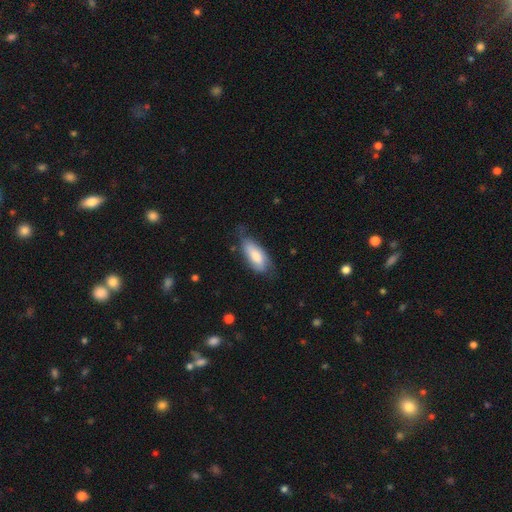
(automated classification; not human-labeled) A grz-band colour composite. It shows a smooth galaxy with no disk features (73%) that is in between round and cigar-shaped (82%). Merging: none (55%).